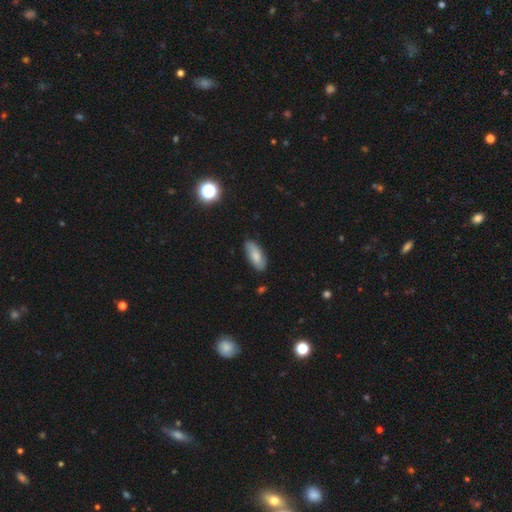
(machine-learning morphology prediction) smooth_or_featured: smooth (p=0.71) [alt: featured or disk p=0.22]
how_rounded: in between (p=0.83) [alt: cigar-shaped p=0.15]
merging: none (p=0.78) [alt: minor disturbance p=0.18]